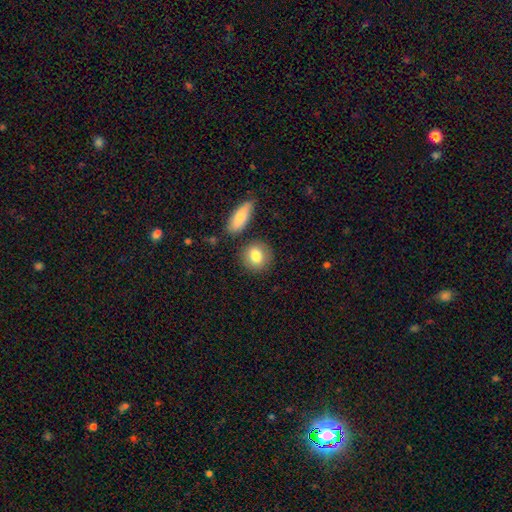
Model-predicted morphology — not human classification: Q: Smooth or featured?
A: smooth (83%); runner-up: featured or disk (10%)
Q: How rounded?
A: round (77%); runner-up: in between (21%)
Q: Merging?
A: none (80%); runner-up: minor disturbance (10%)